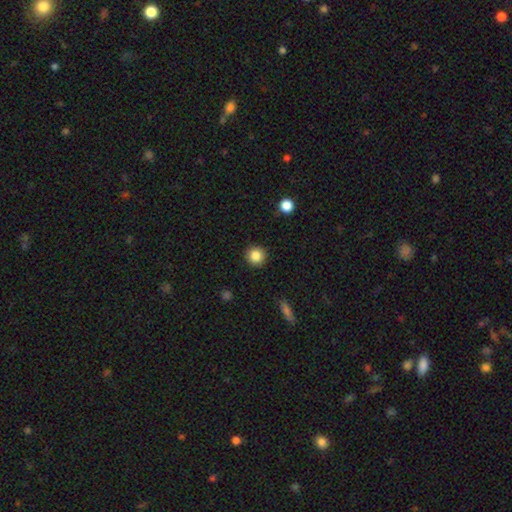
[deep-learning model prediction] A smooth galaxy with no disk features (85%) that is round (94%).

Vote fractions:
- Smooth or featured? smooth: 85% / star or artifact: 10% / featured or disk: 5%
- How rounded? round: 94% / in between: 5% / cigar-shaped: 1%
- Merging? none: 92% / minor disturbance: 5% / major disturbance: 2% / merger: 1%